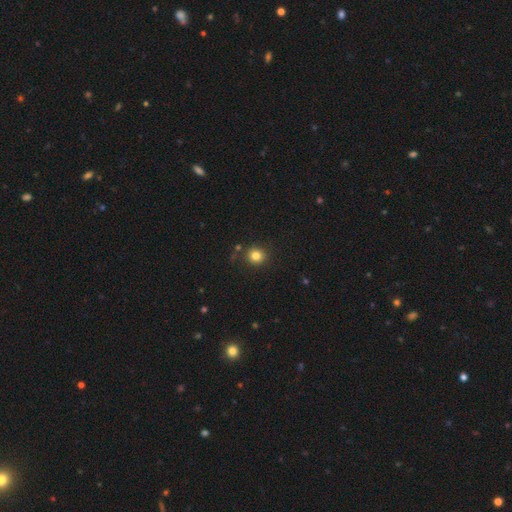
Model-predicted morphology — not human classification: smooth 82%, star or artifact 12%, featured or disk 6%. Down the decision tree: how rounded — round (87%); merging — none (86%).